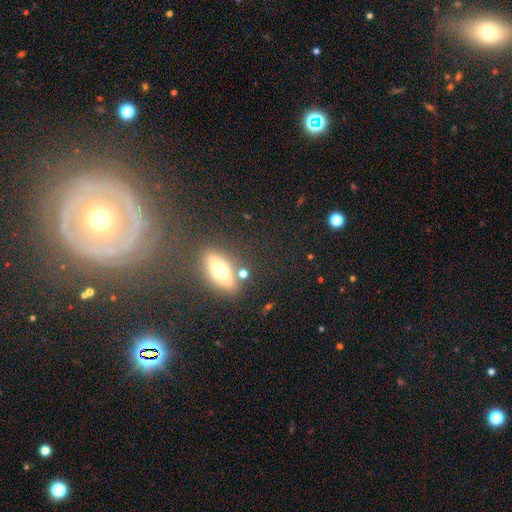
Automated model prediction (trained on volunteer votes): smooth-or-featured: featured or disk: 52% | smooth: 27% | star or artifact: 21%
  disk-edge-on: no: 70% | yes: 30%
  merging: none: 76% | minor disturbance: 12% | major disturbance: 6% | merger: 6%